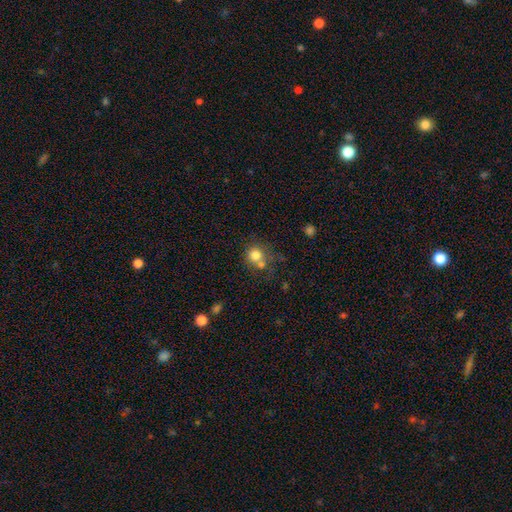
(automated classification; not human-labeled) A smooth galaxy with no disk features (77%) that is round (83%). Merging: none (46%).